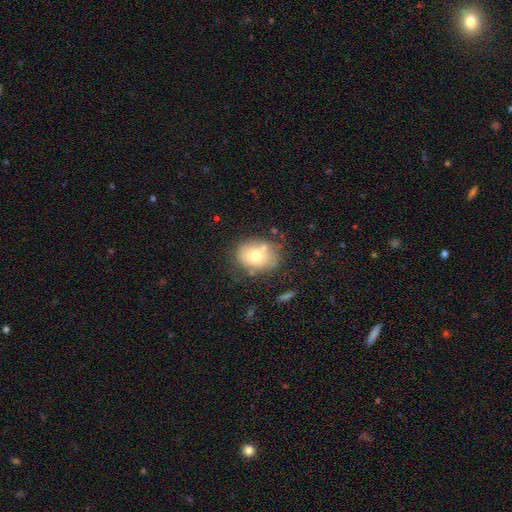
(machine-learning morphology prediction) smooth-or-featured: smooth: 70% | featured or disk: 20% | star or artifact: 10%
  how-rounded: in between: 57% | round: 42% | cigar-shaped: 1%
  merging: none: 66% | minor disturbance: 18% | merger: 10% | major disturbance: 6%